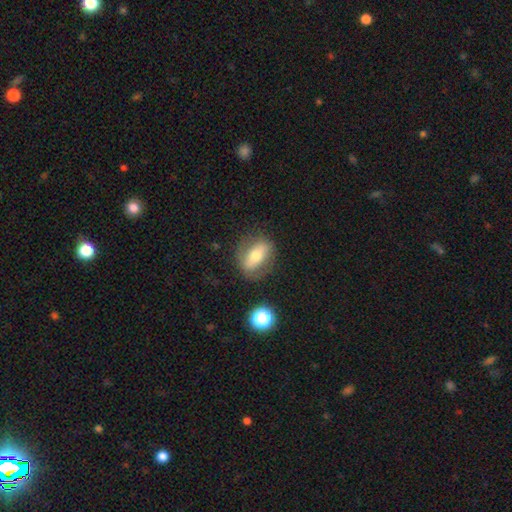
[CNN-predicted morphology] Smooth or featured? smooth (52%)
How rounded? in between (73%)
Merging? none (78%)